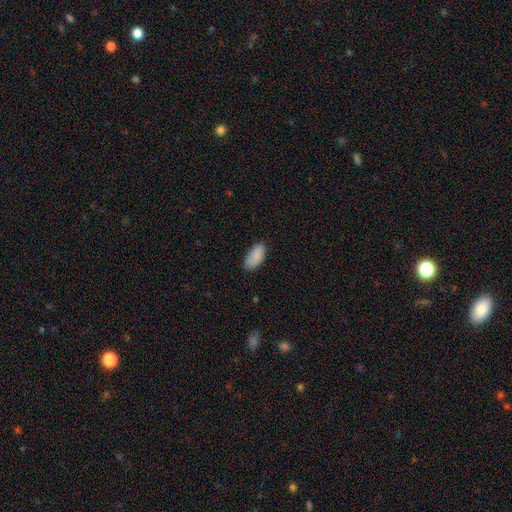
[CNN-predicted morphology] type=smooth (88%); roundness=in between (93%); merging=none (73%).